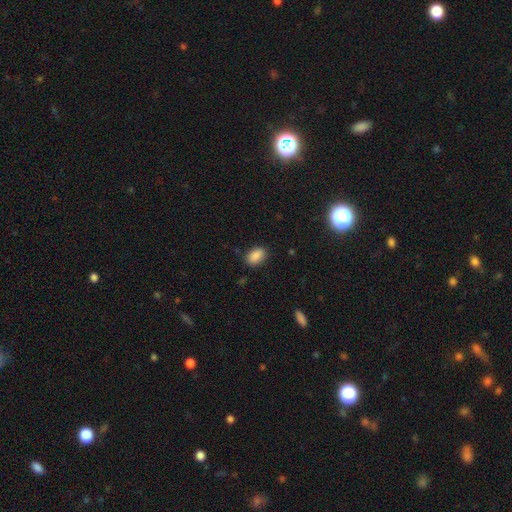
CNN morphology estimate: smooth_or_featured: smooth (p=0.88) [alt: star or artifact p=0.08]
how_rounded: in between (p=0.88) [alt: round p=0.10]
merging: none (p=0.86) [alt: minor disturbance p=0.10]